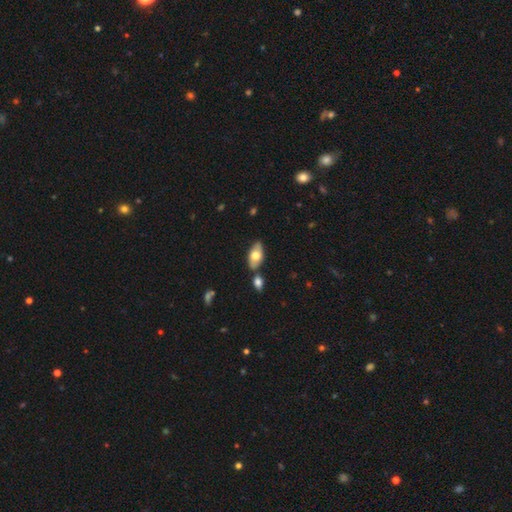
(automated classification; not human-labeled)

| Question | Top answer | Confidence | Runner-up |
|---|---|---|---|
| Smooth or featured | smooth | 63% | featured or disk (31%) |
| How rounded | in between | 91% | cigar-shaped (5%) |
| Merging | none | 70% | minor disturbance (13%) |